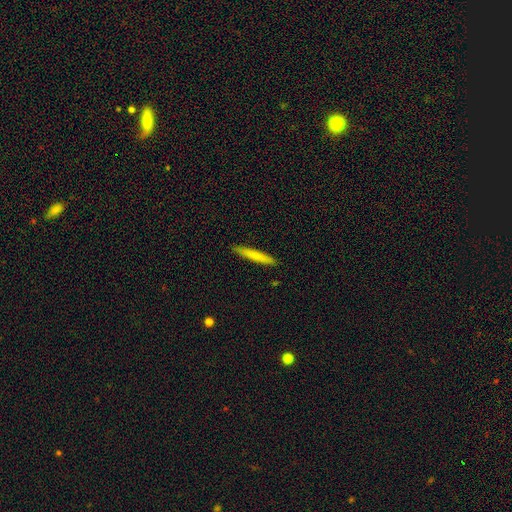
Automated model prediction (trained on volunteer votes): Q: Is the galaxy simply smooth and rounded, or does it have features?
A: smooth — 76%.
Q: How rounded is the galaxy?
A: cigar-shaped — 95%.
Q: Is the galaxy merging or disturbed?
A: none — 91%.